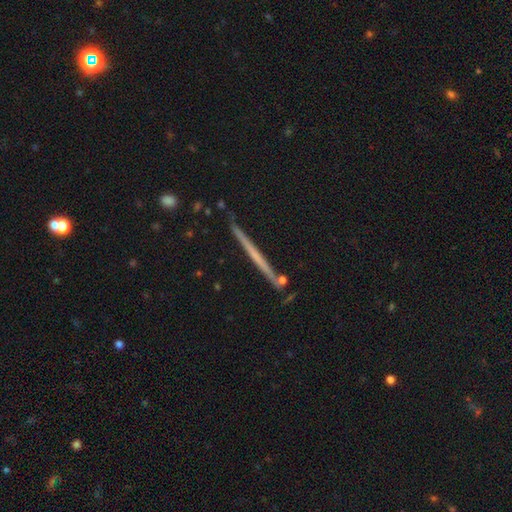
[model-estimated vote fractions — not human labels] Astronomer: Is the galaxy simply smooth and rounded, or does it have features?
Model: featured or disk — 58% (runner-up: smooth, 36%).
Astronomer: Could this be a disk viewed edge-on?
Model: yes — 98%.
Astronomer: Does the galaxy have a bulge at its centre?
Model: none — 88%.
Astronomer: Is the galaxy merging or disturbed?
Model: none — 87%.